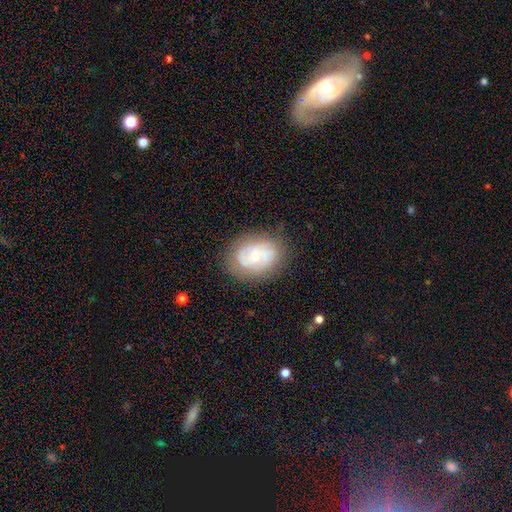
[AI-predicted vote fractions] This appears to be a featured or disk galaxy (60%) with no bar (66%), spiral arms (79%) and a small central bulge (60%). Merging: none (76%).